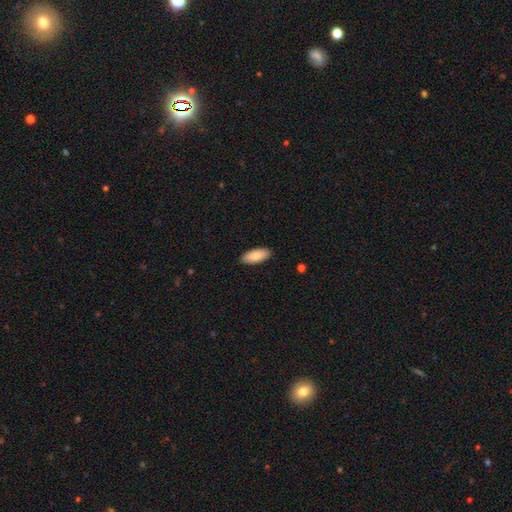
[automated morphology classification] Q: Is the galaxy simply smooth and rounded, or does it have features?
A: smooth — 88%.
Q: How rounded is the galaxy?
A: in between — 85%.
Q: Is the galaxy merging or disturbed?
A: none — 89%.